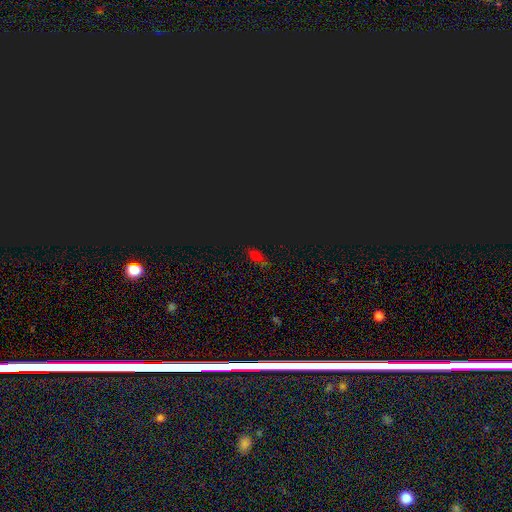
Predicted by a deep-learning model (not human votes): Smooth or featured: smooth — 47% (star or artifact — 45%)
Merging: none — 66% (minor disturbance — 21%)